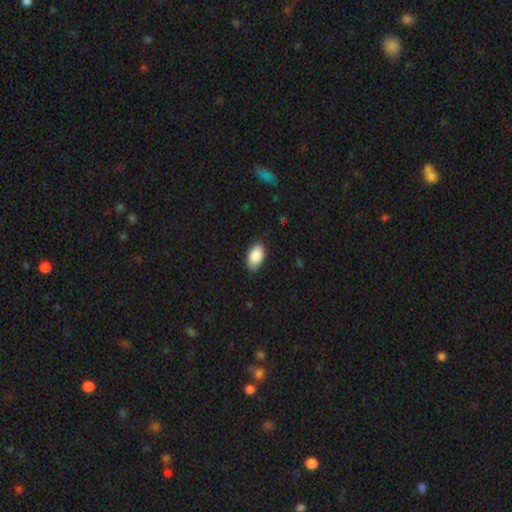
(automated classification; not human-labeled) A smooth galaxy with no disk features (87%) that is in between round and cigar-shaped (94%).

Vote fractions:
- Smooth or featured? smooth: 87% / star or artifact: 7% / featured or disk: 6%
- How rounded? in between: 94% / round: 4% / cigar-shaped: 2%
- Merging? none: 83% / minor disturbance: 14% / major disturbance: 2% / merger: 1%